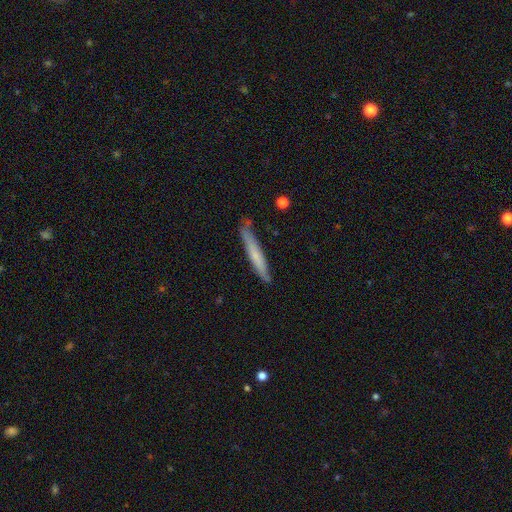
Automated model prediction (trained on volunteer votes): A smooth galaxy with no disk features (62%) that is cigar-shaped (95%).

Vote fractions:
- Smooth or featured? smooth: 62% / featured or disk: 33% / star or artifact: 6%
- How rounded? cigar-shaped: 95% / in between: 4% / round: 1%
- Merging? none: 79% / minor disturbance: 17% / major disturbance: 3% / merger: 2%